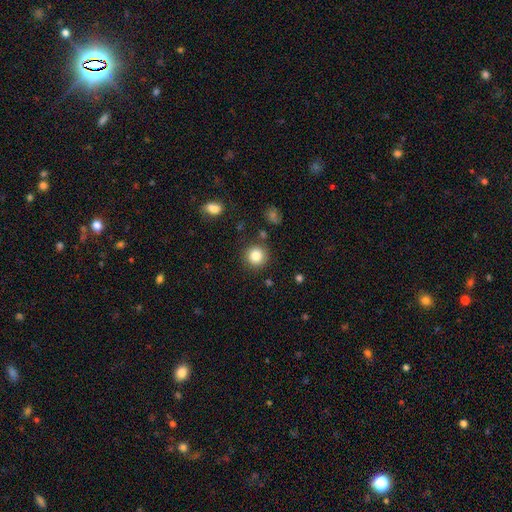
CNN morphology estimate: Smooth or featured? Predicted: smooth (p=0.84). How rounded? Predicted: round (p=0.93). Merging? Predicted: none (p=0.86).